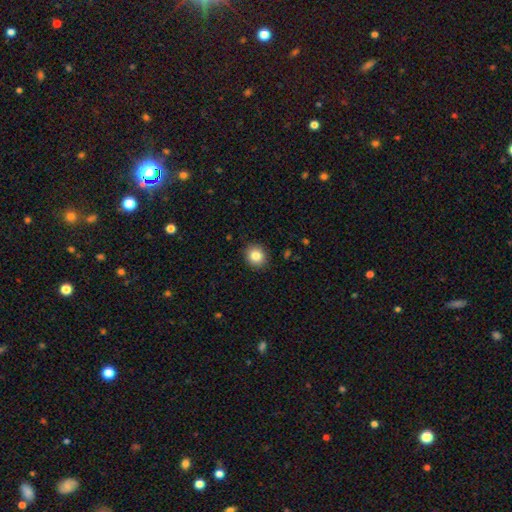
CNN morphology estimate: A smooth galaxy with no disk features (83%) that is round (83%).

Vote fractions:
- Smooth or featured? smooth: 83% / star or artifact: 10% / featured or disk: 7%
- How rounded? round: 83% / in between: 16% / cigar-shaped: 1%
- Merging? none: 91% / minor disturbance: 6% / major disturbance: 2% / merger: 1%